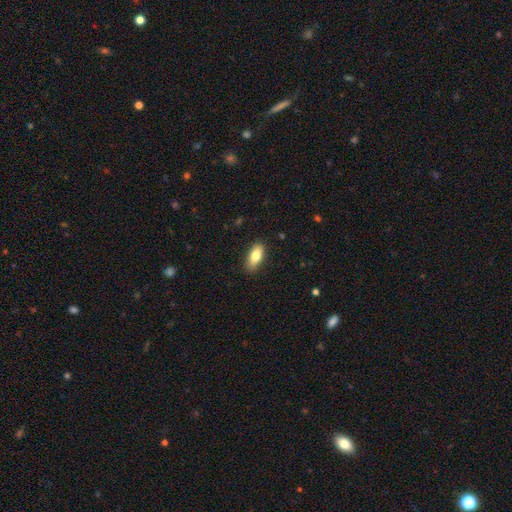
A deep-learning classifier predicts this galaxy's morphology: Smooth or featured?
  - smooth: 81% *
  - featured or disk: 12%
  - star or artifact: 7%
How rounded?
  - in between: 84% *
  - cigar-shaped: 13%
  - round: 3%
Merging?
  - none: 86% *
  - minor disturbance: 11%
  - major disturbance: 2%
  - merger: 1%